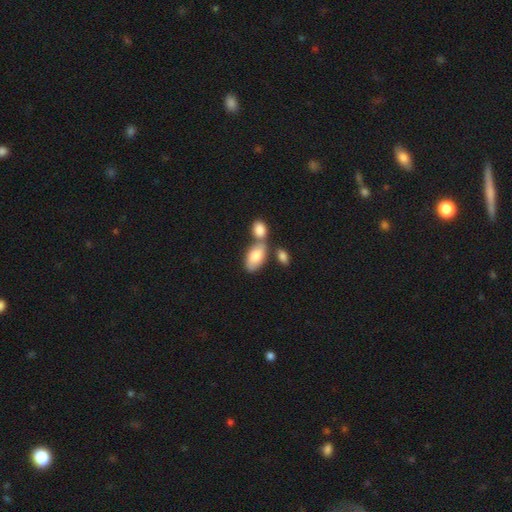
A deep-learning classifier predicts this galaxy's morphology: smooth_or_featured: smooth (p=0.76) [alt: featured or disk p=0.18]
how_rounded: in between (p=0.93) [alt: round p=0.04]
merging: merger (p=0.44) [alt: none p=0.39]